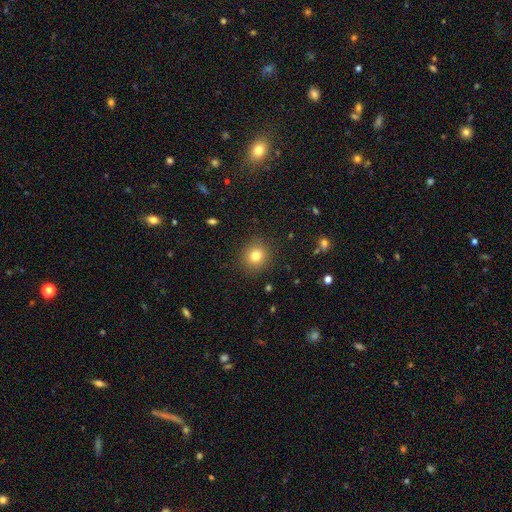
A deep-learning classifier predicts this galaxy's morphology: smooth 80%, star or artifact 13%, featured or disk 8%. Down the decision tree: how rounded — round (88%); merging — none (90%).